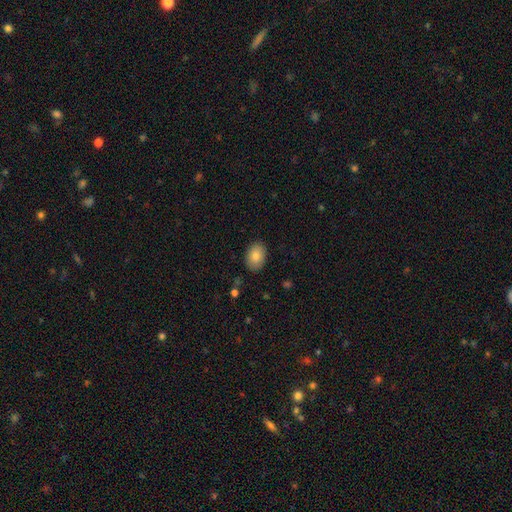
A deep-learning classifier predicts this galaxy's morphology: Smooth or featured: smooth — 85% (featured or disk — 8%)
How rounded: in between — 80% (round — 19%)
Merging: none — 88% (minor disturbance — 9%)